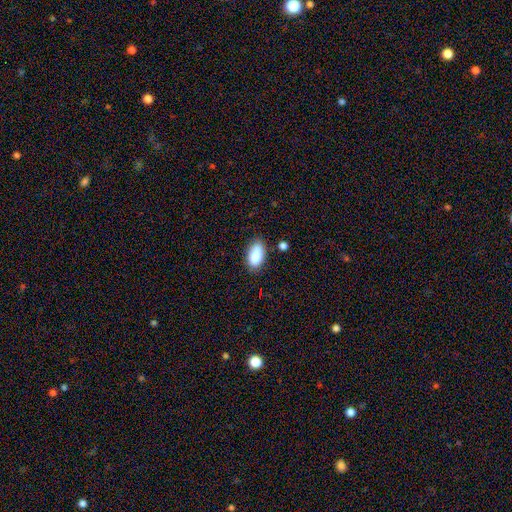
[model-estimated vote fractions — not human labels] smooth-or-featured: smooth: 87% | star or artifact: 7% | featured or disk: 5%
  how-rounded: in between: 91% | cigar-shaped: 5% | round: 4%
  merging: none: 77% | minor disturbance: 16% | merger: 4% | major disturbance: 3%